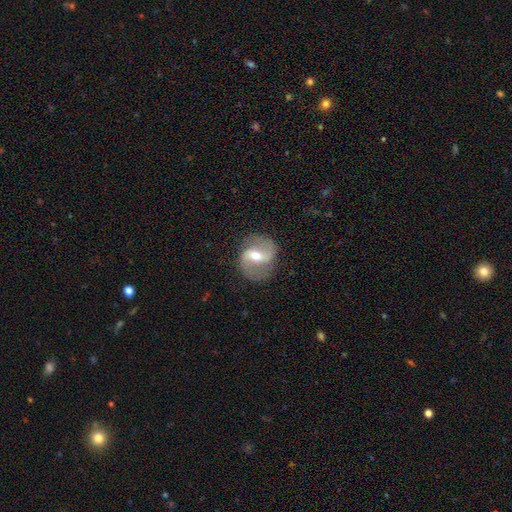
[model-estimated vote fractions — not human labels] Morphology: type=featured or disk (83%); edge-on=no (97%); bar=weak (45%); spiral arms=yes (92%); winding=loose (46%); arm count=2 (92%); bulge=moderate (66%); merging=none (83%).